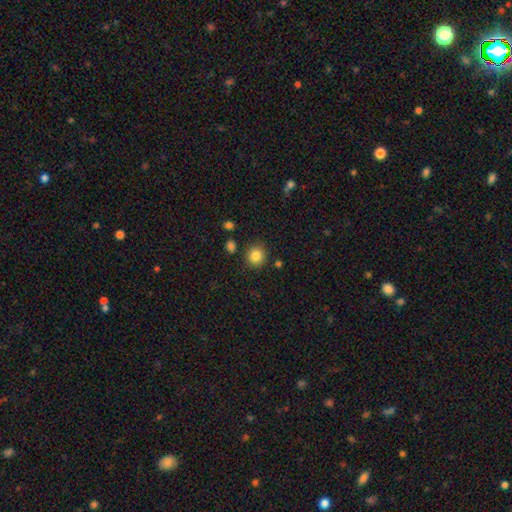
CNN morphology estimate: The model was most divided on "smooth or featured": smooth: 85%, star or artifact: 10%, featured or disk: 5%. More confident: how rounded — round (89%); merging — none (87%).